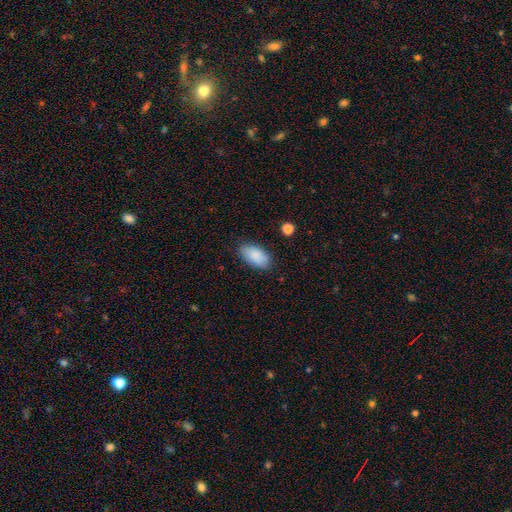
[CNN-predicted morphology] smooth-or-featured: smooth: 87% | star or artifact: 7% | featured or disk: 6%
  how-rounded: in between: 94% | cigar-shaped: 3% | round: 3%
  merging: none: 83% | minor disturbance: 13% | major disturbance: 3% | merger: 1%